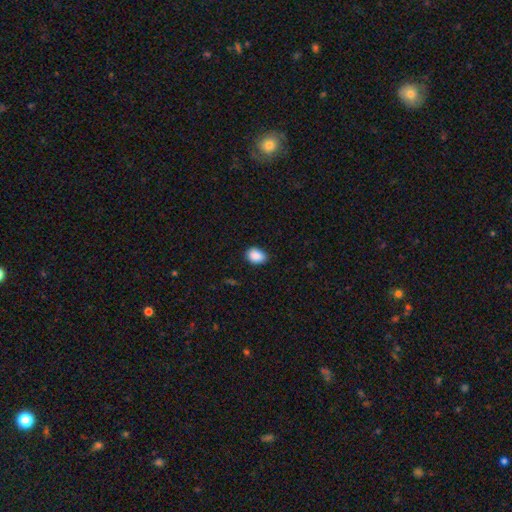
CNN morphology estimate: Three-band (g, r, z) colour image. It shows a smooth galaxy with no disk features (89%) that is in between round and cigar-shaped (69%). Merging: none (82%).